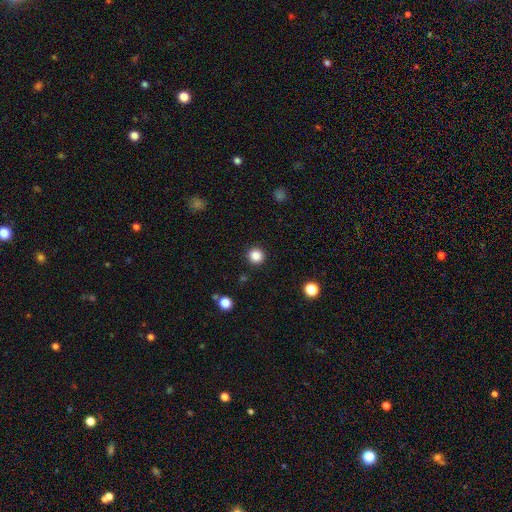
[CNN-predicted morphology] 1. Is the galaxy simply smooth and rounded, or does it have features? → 86% smooth, 11% star or artifact, 3% featured or disk.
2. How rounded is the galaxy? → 95% round, 4% in between, 1% cigar-shaped.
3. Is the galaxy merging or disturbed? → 92% none, 5% minor disturbance, 2% major disturbance, 1% merger.